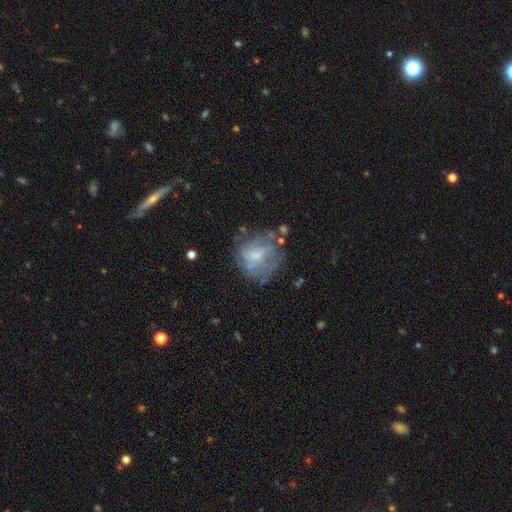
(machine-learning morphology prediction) This appears to be a featured or disk galaxy (61%) with a weak bar (48%), spiral arms (54%) and a small central bulge (45%). Merging: none (55%).